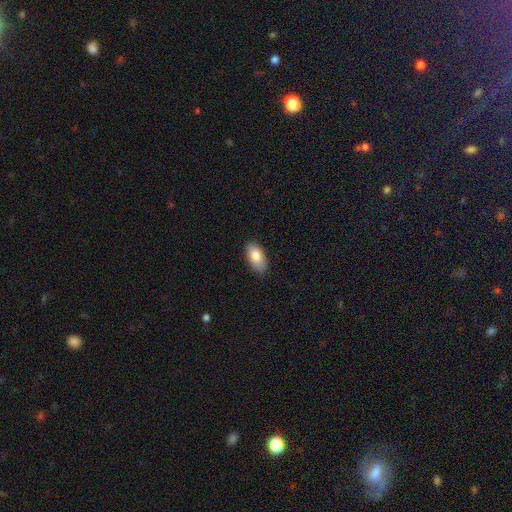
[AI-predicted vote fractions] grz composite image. It shows a smooth galaxy with no disk features (82%) that is in between round and cigar-shaped (94%). Merging: none (85%).